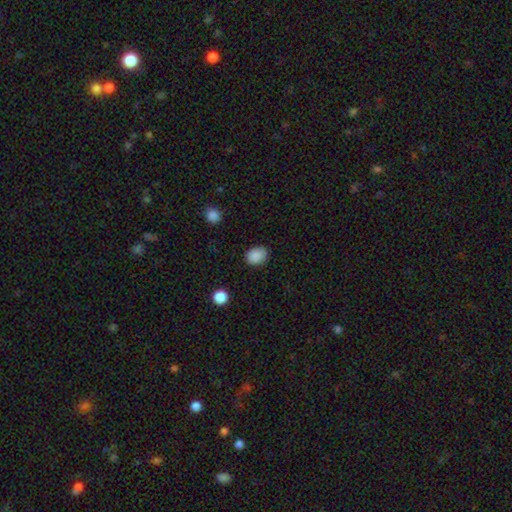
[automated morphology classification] smooth 88%, star or artifact 9%, featured or disk 3%. Down the decision tree: how rounded — in between (60%); merging — none (83%).